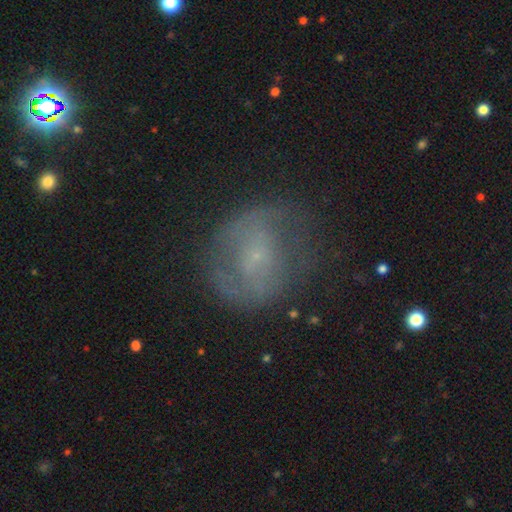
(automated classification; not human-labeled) A featured or disk galaxy (51%). Merging: none (63%).